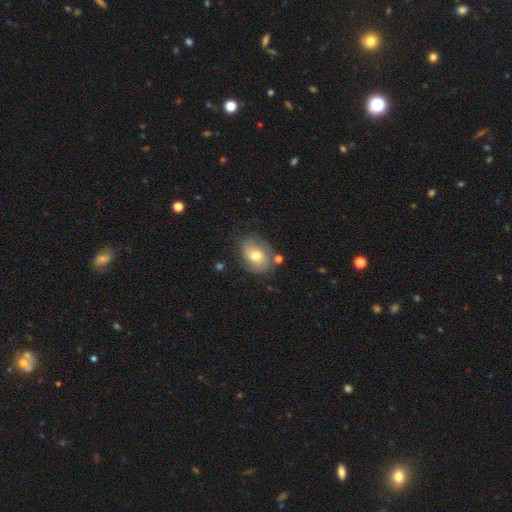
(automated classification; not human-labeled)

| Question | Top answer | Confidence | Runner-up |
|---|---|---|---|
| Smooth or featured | smooth | 46% | tied: featured or disk (46%) |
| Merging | none | 62% | minor disturbance (24%) |